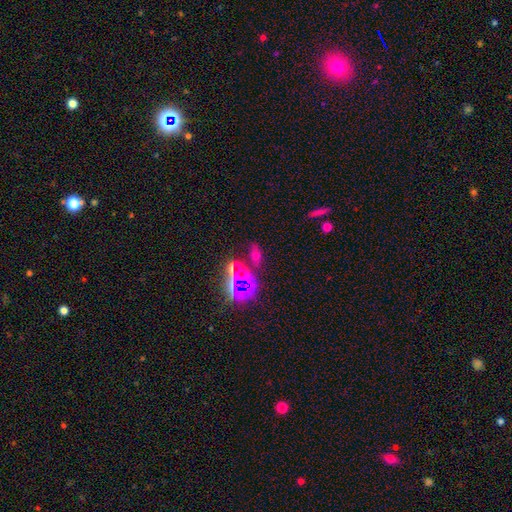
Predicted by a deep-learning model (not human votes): smooth_or_featured: star or artifact (p=0.44) [alt: smooth p=0.41]